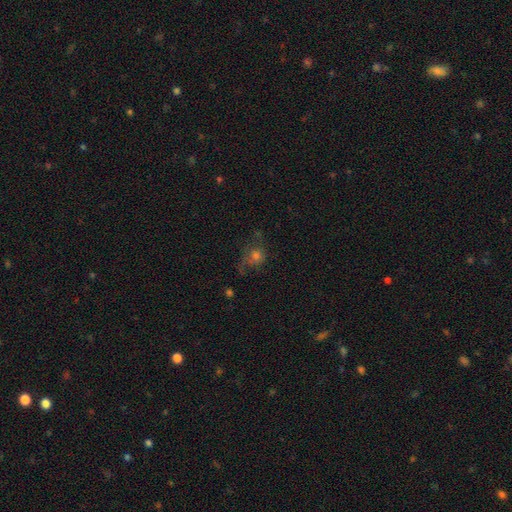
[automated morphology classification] Smooth or featured?
  - smooth: 48% *
  - featured or disk: 28%
  - star or artifact: 24%
Merging?
  - none: 47% *
  - major disturbance: 28%
  - minor disturbance: 22%
  - merger: 4%